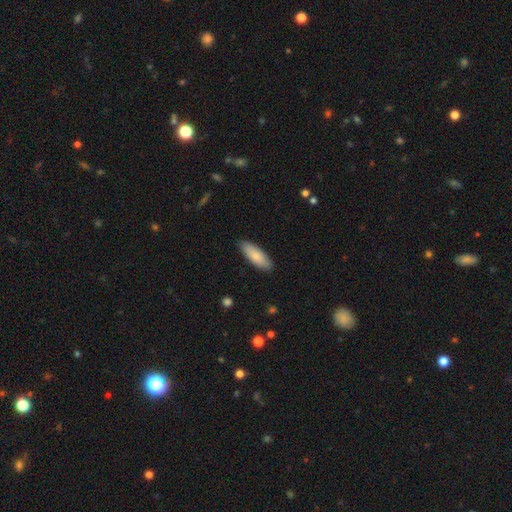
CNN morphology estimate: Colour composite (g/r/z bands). It shows a smooth galaxy with no disk features (82%) that is in between round and cigar-shaped (71%). Merging: none (87%).